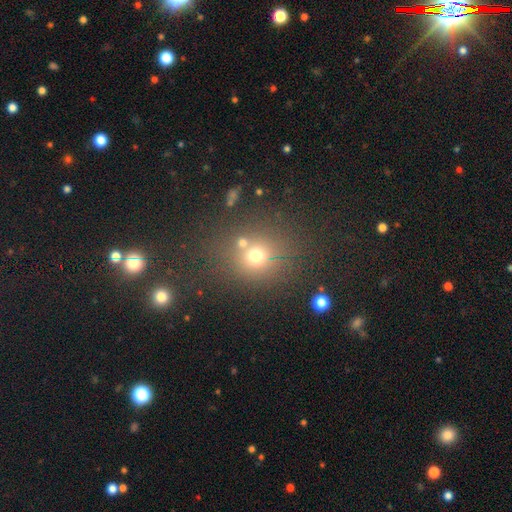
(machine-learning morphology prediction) smooth-or-featured: smooth: 66% | star or artifact: 22% | featured or disk: 12%
  how-rounded: round: 80% | in between: 18% | cigar-shaped: 1%
  merging: none: 66% | merger: 17% | minor disturbance: 11% | major disturbance: 6%